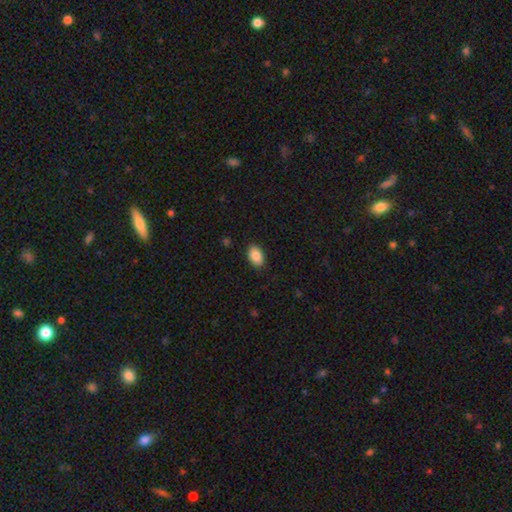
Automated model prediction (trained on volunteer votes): A smooth galaxy with no disk features (87%) that is in between round and cigar-shaped (91%).

Vote fractions:
- Smooth or featured? smooth: 87% / star or artifact: 7% / featured or disk: 6%
- How rounded? in between: 91% / round: 8% / cigar-shaped: 1%
- Merging? none: 88% / minor disturbance: 9% / major disturbance: 2% / merger: 1%